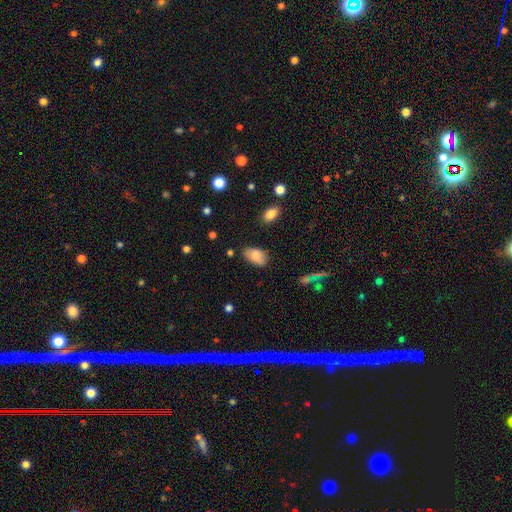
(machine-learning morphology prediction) Q: Smooth or featured?
A: smooth (82%); runner-up: featured or disk (10%)
Q: How rounded?
A: in between (93%); runner-up: round (5%)
Q: Merging?
A: none (74%); runner-up: minor disturbance (20%)